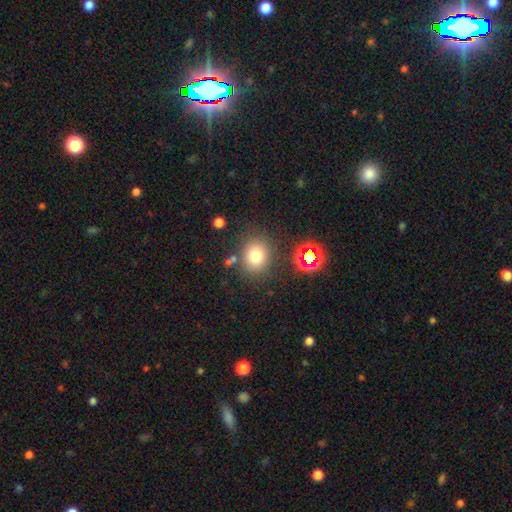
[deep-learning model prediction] Q: Smooth or featured?
A: smooth (76%); runner-up: star or artifact (15%)
Q: How rounded?
A: round (67%); runner-up: in between (32%)
Q: Merging?
A: none (79%); runner-up: minor disturbance (11%)